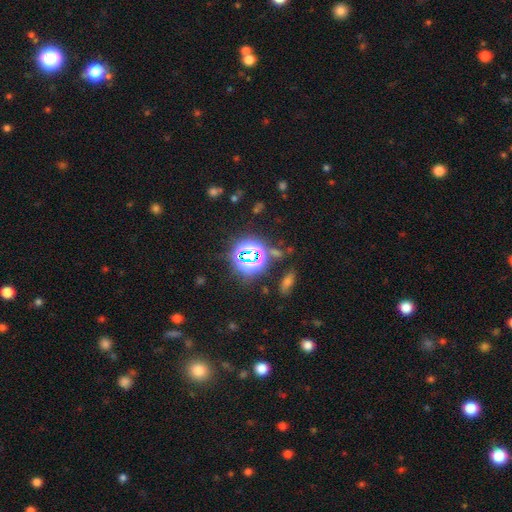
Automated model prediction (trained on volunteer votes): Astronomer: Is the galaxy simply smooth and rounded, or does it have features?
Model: star or artifact — 72%.